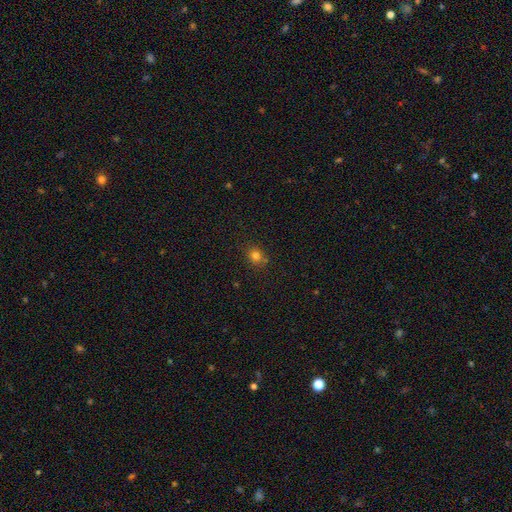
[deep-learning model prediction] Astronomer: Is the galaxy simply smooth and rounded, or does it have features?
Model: smooth — 78%.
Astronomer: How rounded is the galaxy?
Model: round — 72%.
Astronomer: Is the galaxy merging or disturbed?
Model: none — 77%.